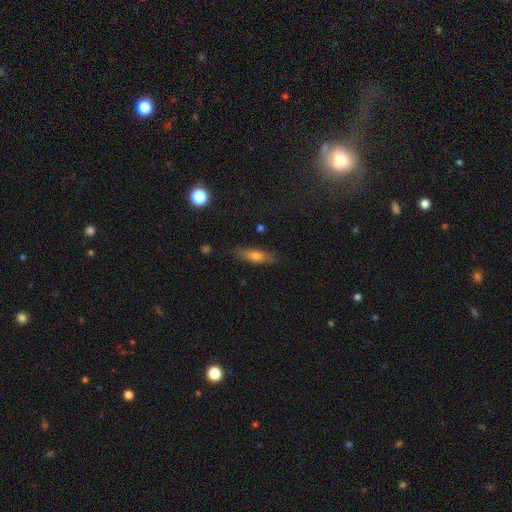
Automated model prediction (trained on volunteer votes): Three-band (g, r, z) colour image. It shows a smooth galaxy with no disk features (65%) that is cigar-shaped (55%). Merging: none (81%).